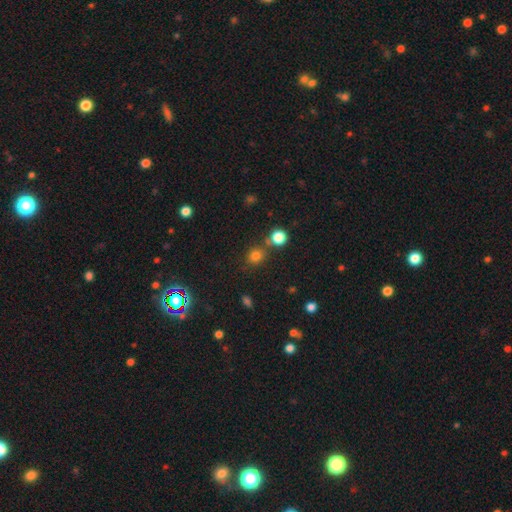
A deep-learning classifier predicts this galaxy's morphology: Smooth or featured: smooth — 77% (star or artifact — 17%)
How rounded: round — 82% (in between — 17%)
Merging: none — 70% (merger — 15%)